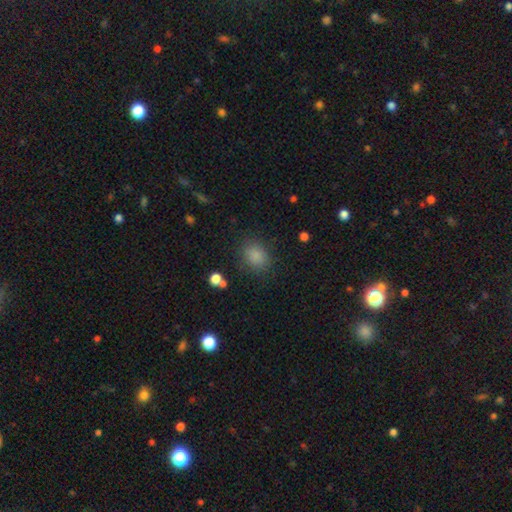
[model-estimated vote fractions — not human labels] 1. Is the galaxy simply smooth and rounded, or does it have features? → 84% smooth, 12% star or artifact, 5% featured or disk.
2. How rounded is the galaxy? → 53% round, 46% in between, 1% cigar-shaped.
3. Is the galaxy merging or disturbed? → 82% none, 11% minor disturbance, 5% major disturbance, 2% merger.